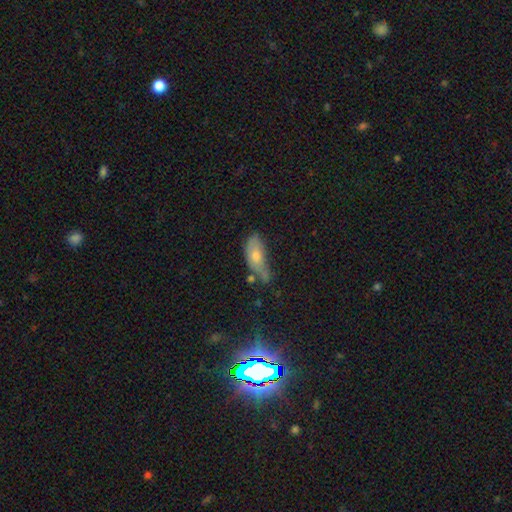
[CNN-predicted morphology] Smooth or featured? Predicted: smooth (p=0.59). How rounded? Predicted: in between (p=0.80). Merging? Predicted: minor disturbance (p=0.37).